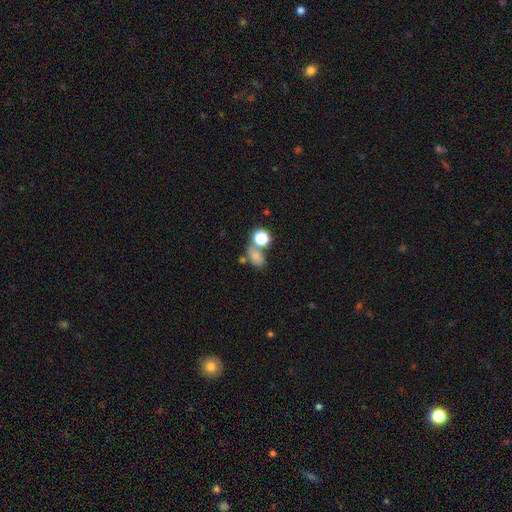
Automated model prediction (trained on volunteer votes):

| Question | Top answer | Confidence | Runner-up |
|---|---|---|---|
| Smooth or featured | smooth | 73% | star or artifact (18%) |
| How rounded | in between | 70% | round (27%) |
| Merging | none | 45% | merger (34%) |